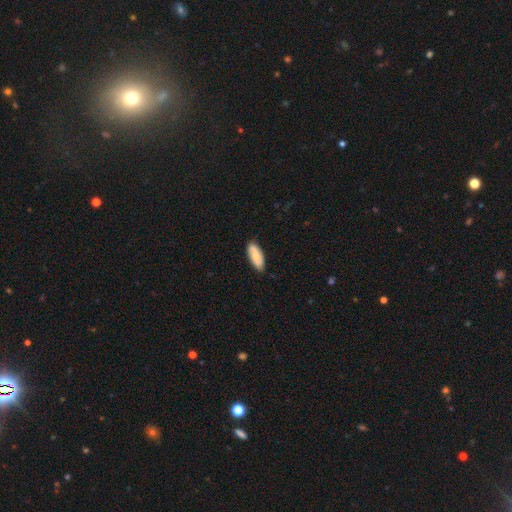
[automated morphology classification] Q: Smooth or featured?
A: smooth (78%); runner-up: featured or disk (17%)
Q: How rounded?
A: in between (83%); runner-up: cigar-shaped (15%)
Q: Merging?
A: none (85%); runner-up: minor disturbance (12%)